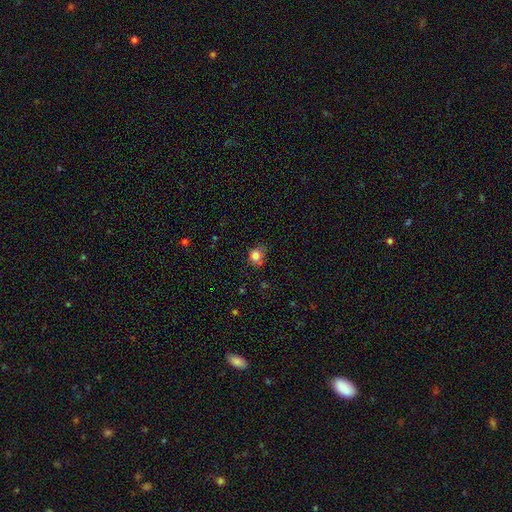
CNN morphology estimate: smooth_or_featured: smooth (p=0.82) [alt: star or artifact p=0.12]
how_rounded: round (p=0.78) [alt: in between p=0.21]
merging: none (p=0.62) [alt: minor disturbance p=0.28]